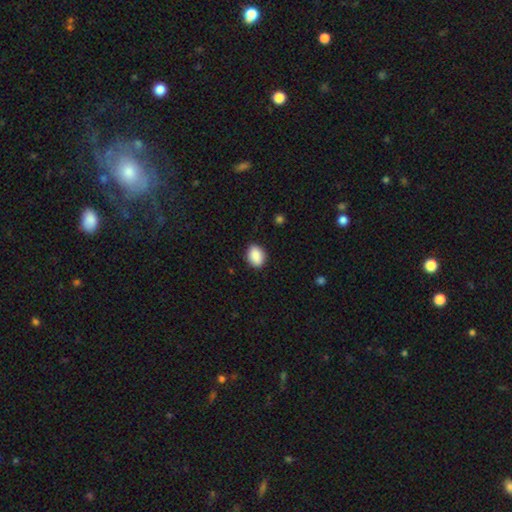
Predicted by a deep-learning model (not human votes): smooth-or-featured: smooth: 89% | star or artifact: 7% | featured or disk: 4%
  how-rounded: in between: 68% | round: 31% | cigar-shaped: 1%
  merging: none: 86% | minor disturbance: 10% | major disturbance: 2% | merger: 1%